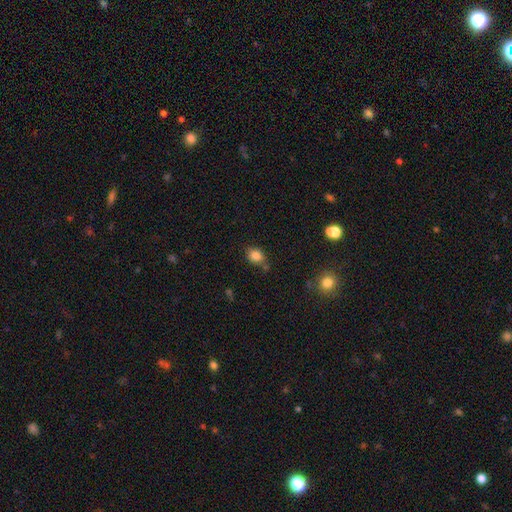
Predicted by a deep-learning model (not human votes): A smooth galaxy with no disk features (83%) that is round (59%). Merging: none (69%).